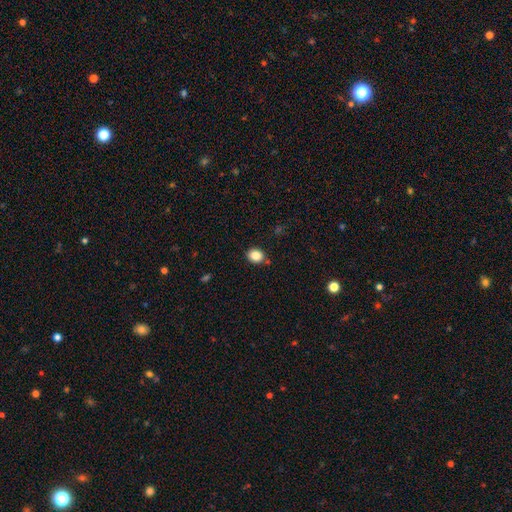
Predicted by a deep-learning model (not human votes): Q: Smooth or featured?
A: smooth (85%); runner-up: star or artifact (10%)
Q: How rounded?
A: round (68%); runner-up: in between (31%)
Q: Merging?
A: none (84%); runner-up: minor disturbance (9%)